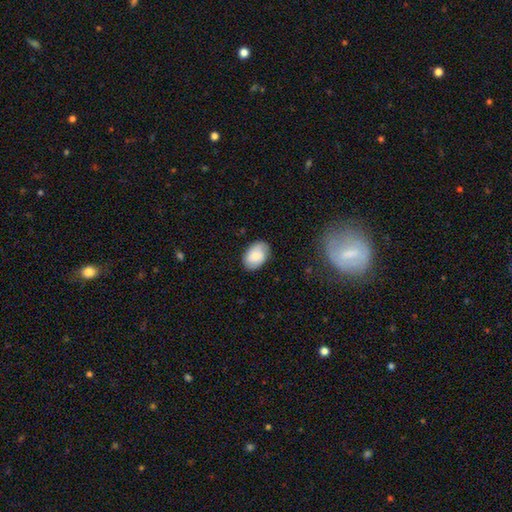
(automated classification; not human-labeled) smooth-or-featured: smooth: 67% | featured or disk: 25% | star or artifact: 8%
  how-rounded: in between: 83% | round: 16% | cigar-shaped: 1%
  merging: none: 80% | minor disturbance: 16% | major disturbance: 4% | merger: 1%